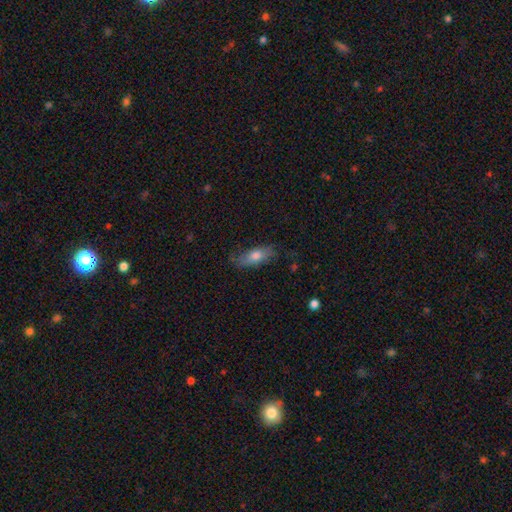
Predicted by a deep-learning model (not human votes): smooth_or_featured: smooth (p=0.68) [alt: featured or disk p=0.25]
how_rounded: in between (p=0.69) [alt: cigar-shaped p=0.28]
merging: none (p=0.73) [alt: minor disturbance p=0.21]